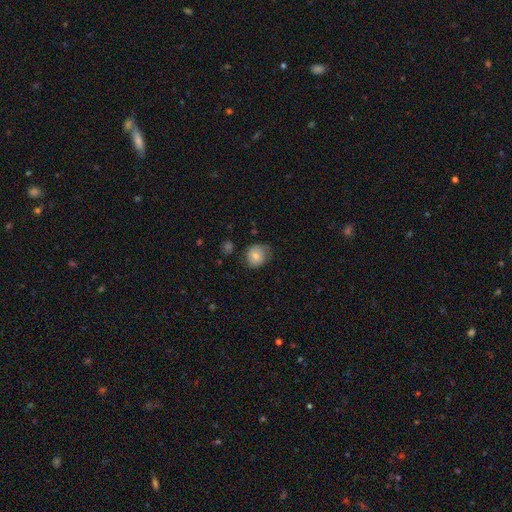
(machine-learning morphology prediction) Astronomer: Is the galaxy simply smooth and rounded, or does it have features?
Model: smooth — 74%.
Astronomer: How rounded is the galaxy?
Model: round — 78%.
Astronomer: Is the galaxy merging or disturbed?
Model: none — 64%.